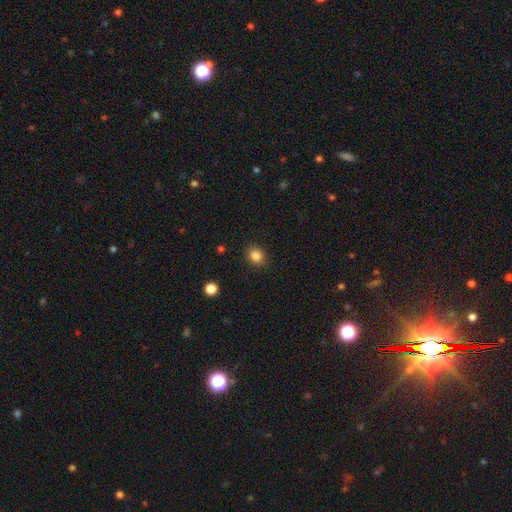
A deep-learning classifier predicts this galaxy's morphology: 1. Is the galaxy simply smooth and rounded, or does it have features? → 85% smooth, 11% star or artifact, 4% featured or disk.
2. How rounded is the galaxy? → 60% round, 40% in between, 1% cigar-shaped.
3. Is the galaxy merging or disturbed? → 89% none, 8% minor disturbance, 2% major disturbance, 1% merger.